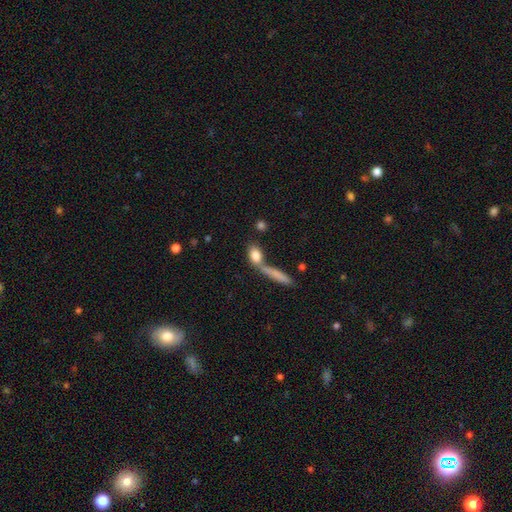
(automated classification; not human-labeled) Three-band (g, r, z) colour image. It shows a smooth galaxy with no disk features (79%) that is in between round and cigar-shaped (66%). Merging: none (43%).